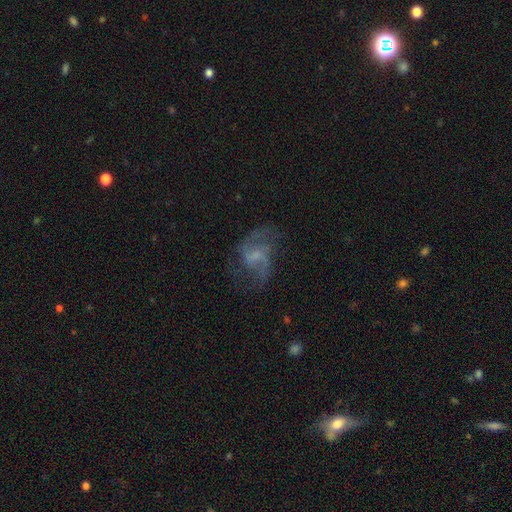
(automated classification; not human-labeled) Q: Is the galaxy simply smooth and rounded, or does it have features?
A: featured or disk — 74%.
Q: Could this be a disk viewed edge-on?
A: no — 97%.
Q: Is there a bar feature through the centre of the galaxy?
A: weak — 49%.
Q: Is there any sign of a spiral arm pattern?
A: yes — 88%.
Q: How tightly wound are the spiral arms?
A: loose — 51%.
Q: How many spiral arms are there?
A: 2 — 73%.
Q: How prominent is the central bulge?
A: small — 45%.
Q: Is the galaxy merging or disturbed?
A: none — 54%.